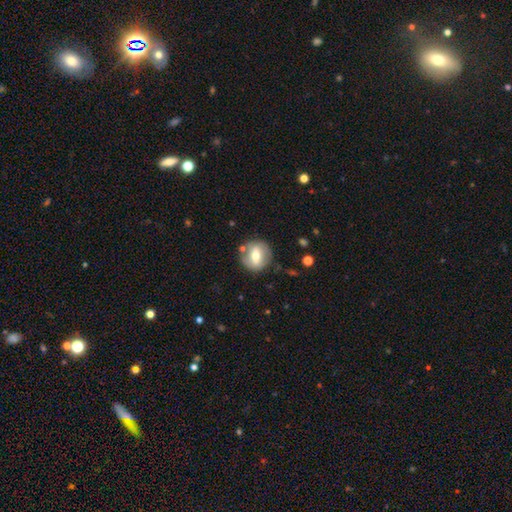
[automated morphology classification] The model was most divided on "smooth or featured": smooth: 48%, featured or disk: 44%, star or artifact: 7%. More confident: merging — none (77%).